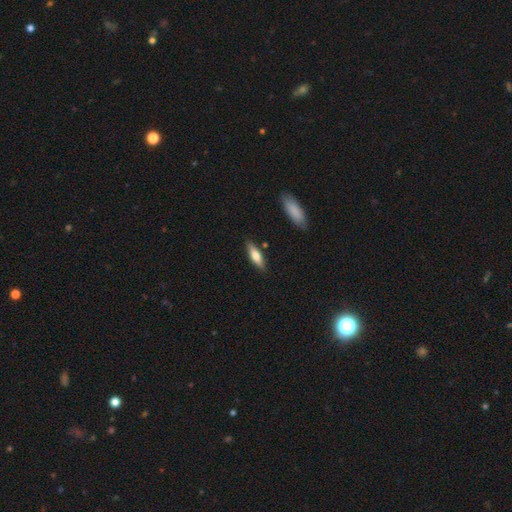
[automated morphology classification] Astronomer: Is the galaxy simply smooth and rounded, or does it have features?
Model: smooth — 67%.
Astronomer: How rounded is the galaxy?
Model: cigar-shaped — 55% (runner-up: in between, 43%).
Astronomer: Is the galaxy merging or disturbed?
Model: none — 85%.